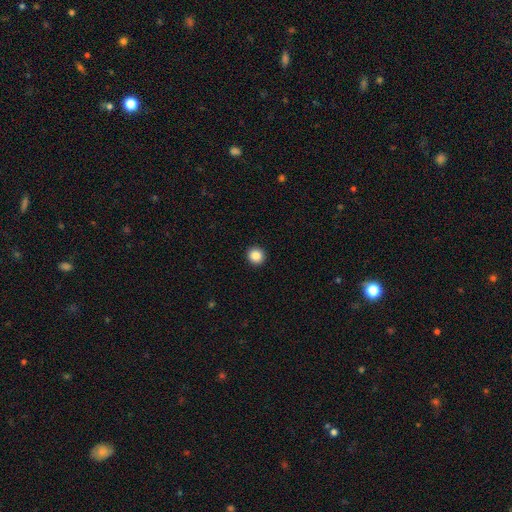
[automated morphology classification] smooth 86%, star or artifact 10%, featured or disk 4%. Down the decision tree: how rounded — round (94%); merging — none (93%).